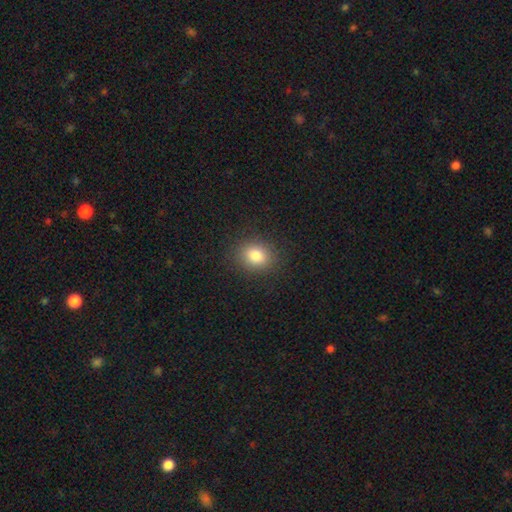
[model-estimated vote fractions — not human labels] smooth 82%, star or artifact 11%, featured or disk 7%. Down the decision tree: how rounded — round (58%); merging — none (88%).